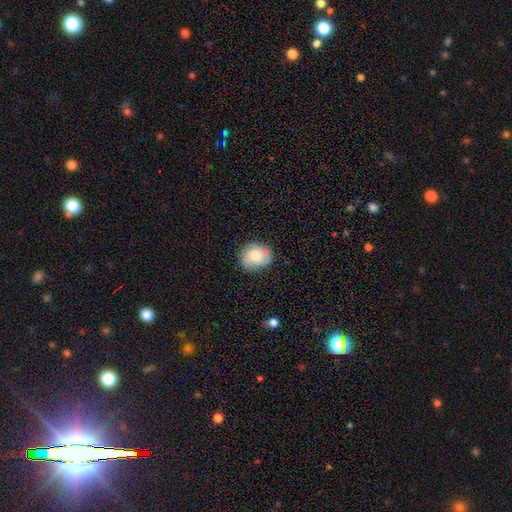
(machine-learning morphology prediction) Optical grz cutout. It shows a smooth galaxy with no disk features (73%) that is round (65%). Merging: none (73%).